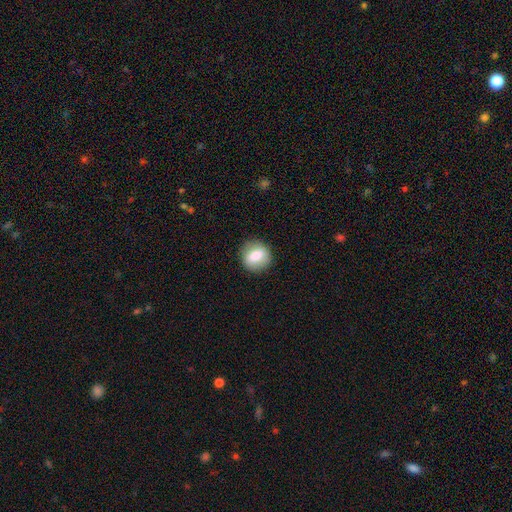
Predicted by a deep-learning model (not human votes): The model was most divided on "how rounded": round: 73%, in between: 26%, cigar-shaped: 2%. More confident: merging — none (86%); smooth or featured — smooth (75%).